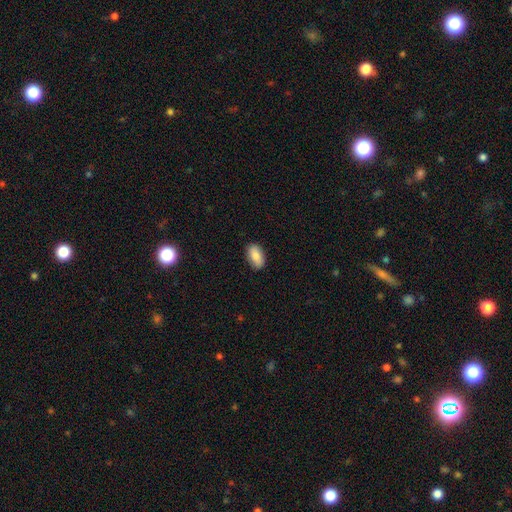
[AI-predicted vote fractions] Q: Smooth or featured?
A: smooth (82%); runner-up: featured or disk (11%)
Q: How rounded?
A: in between (92%); runner-up: round (5%)
Q: Merging?
A: none (85%); runner-up: minor disturbance (12%)